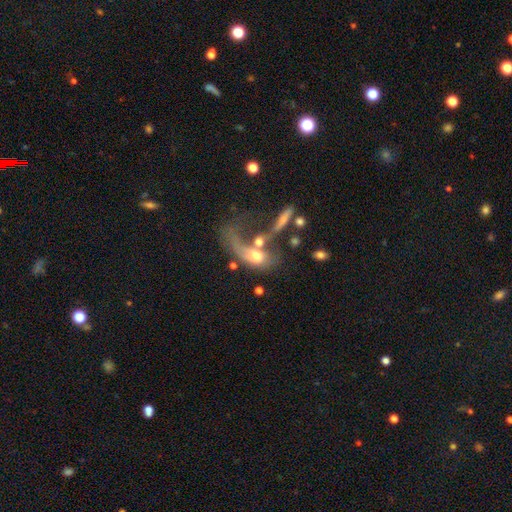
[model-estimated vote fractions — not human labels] smooth-or-featured: smooth: 45% (tied) | featured or disk: 45% (tied) | star or artifact: 10%
  merging: merger: 53% | major disturbance: 30% | none: 11% | minor disturbance: 7%